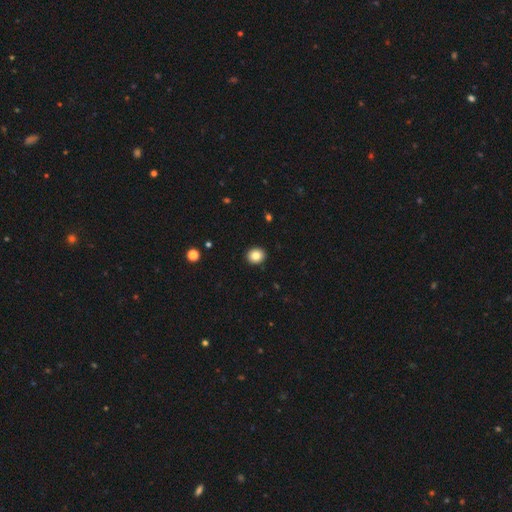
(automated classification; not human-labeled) Smooth or featured? Predicted: smooth (p=0.84). How rounded? Predicted: round (p=0.77). Merging? Predicted: none (p=0.92).